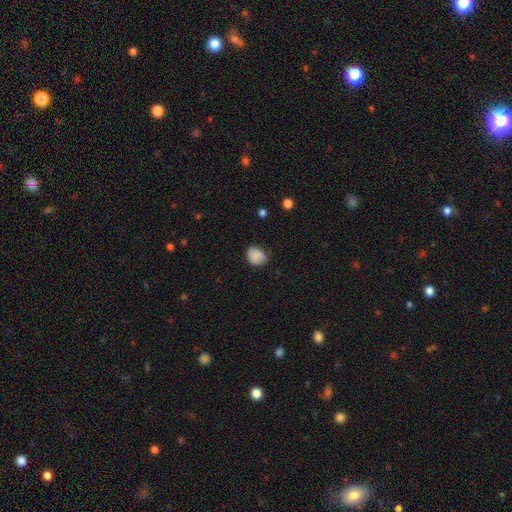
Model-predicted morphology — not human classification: type=smooth (80%); roundness=round (57%); merging=none (67%).